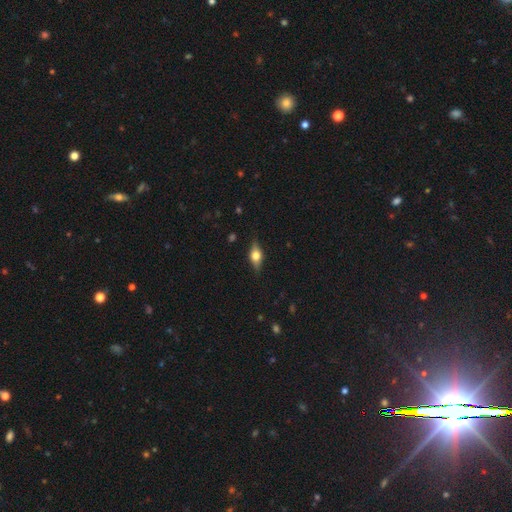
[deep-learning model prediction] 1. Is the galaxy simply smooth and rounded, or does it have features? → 52% featured or disk, 40% smooth, 8% star or artifact.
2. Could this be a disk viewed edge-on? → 91% yes, 9% no.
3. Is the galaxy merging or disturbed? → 85% none, 12% minor disturbance, 3% major disturbance, 1% merger.